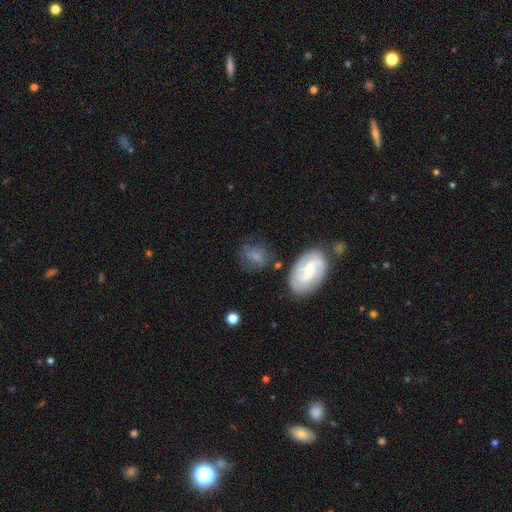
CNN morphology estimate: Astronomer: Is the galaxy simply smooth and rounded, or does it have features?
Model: smooth — 49% (runner-up: featured or disk, 42%).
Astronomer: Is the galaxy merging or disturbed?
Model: none — 61%.